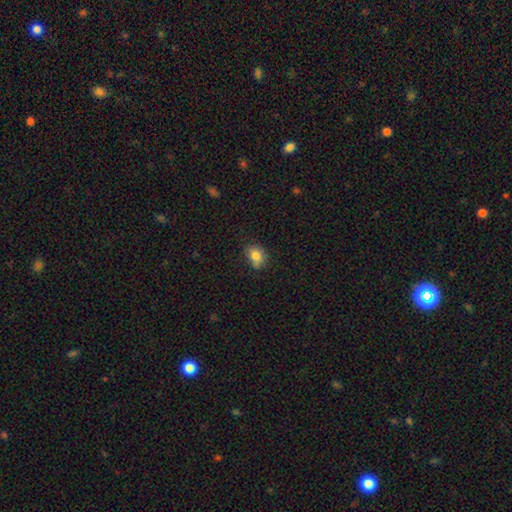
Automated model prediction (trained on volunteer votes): The model was most divided on "how rounded": in between: 53%, round: 46%, cigar-shaped: 1%. More confident: smooth or featured — smooth (82%); merging — none (66%).